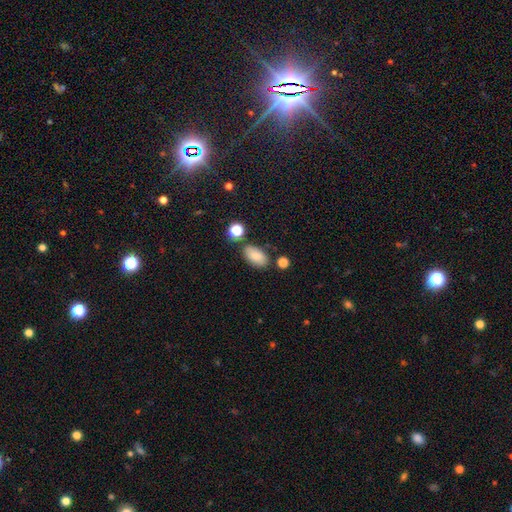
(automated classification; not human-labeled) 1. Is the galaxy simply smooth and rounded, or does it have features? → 82% smooth, 9% star or artifact, 9% featured or disk.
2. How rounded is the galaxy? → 92% in between, 6% round, 3% cigar-shaped.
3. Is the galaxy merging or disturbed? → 76% none, 15% minor disturbance, 6% merger, 4% major disturbance.